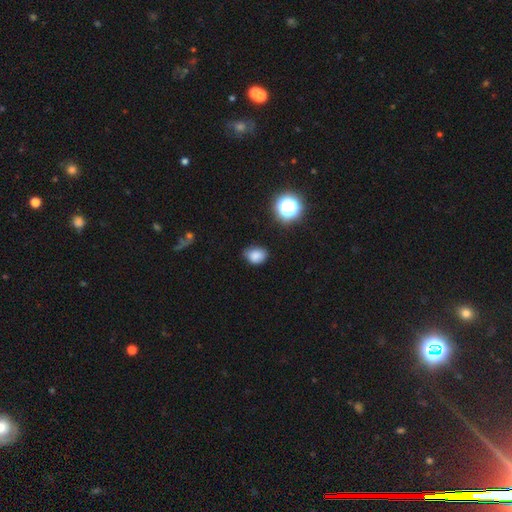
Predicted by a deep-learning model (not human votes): Q: Smooth or featured?
A: smooth (82%); runner-up: star or artifact (13%)
Q: How rounded?
A: in between (59%); runner-up: round (39%)
Q: Merging?
A: none (69%); runner-up: minor disturbance (25%)